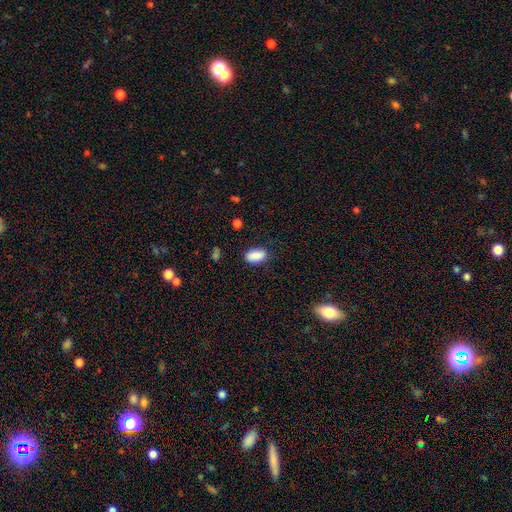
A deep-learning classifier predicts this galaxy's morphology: A smooth galaxy with no disk features (89%) that is in between round and cigar-shaped (91%). Merging: none (83%).